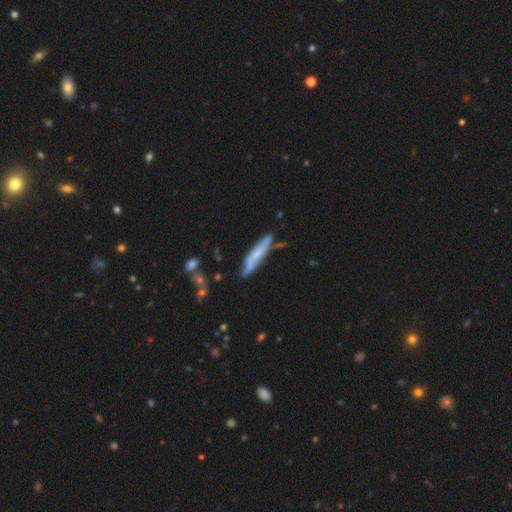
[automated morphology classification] This is possibly a smooth galaxy (49%). Merging: likely none (63%).